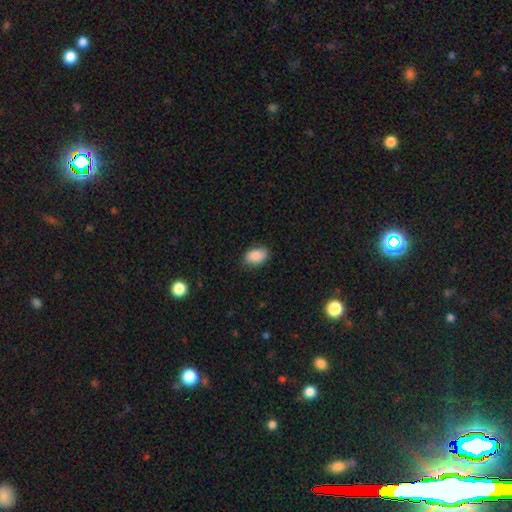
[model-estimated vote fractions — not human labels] The model was most divided on "merging": none: 82%, minor disturbance: 15%, major disturbance: 3%, merger: 1%. More confident: how rounded — in between (89%); smooth or featured — smooth (86%).